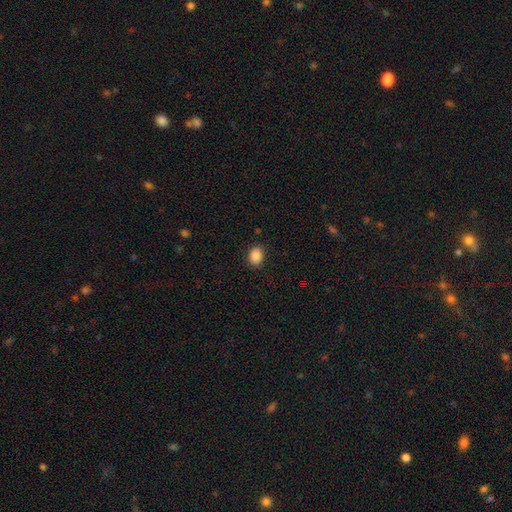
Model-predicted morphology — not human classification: Smooth or featured?
  - smooth: 88% *
  - star or artifact: 9%
  - featured or disk: 4%
How rounded?
  - in between: 65% *
  - round: 34%
  - cigar-shaped: 1%
Merging?
  - none: 87% *
  - minor disturbance: 10%
  - major disturbance: 3%
  - merger: 1%